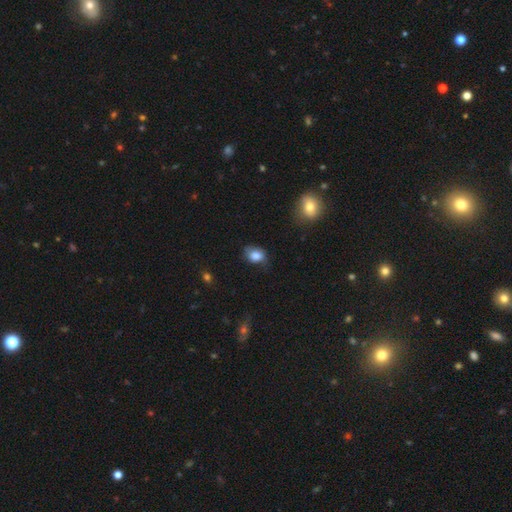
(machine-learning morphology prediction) The model was most divided on "merging": none: 58%, minor disturbance: 32%, major disturbance: 9%, merger: 2%. More confident: smooth or featured — smooth (82%); how rounded — in between (68%).